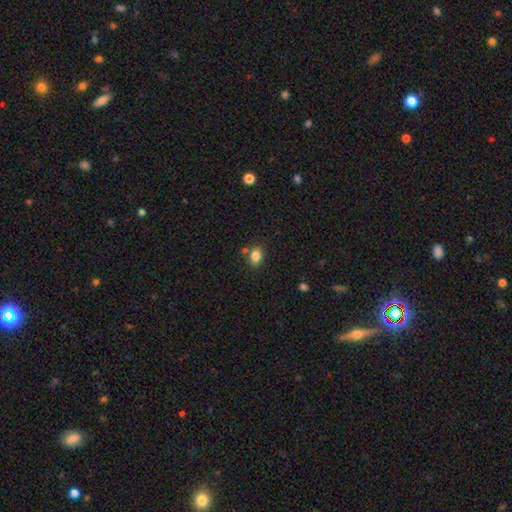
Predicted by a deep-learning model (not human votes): This appears to be a smooth galaxy with no disk features (84%) that is in between round and cigar-shaped (65%). Merging: none (75%).